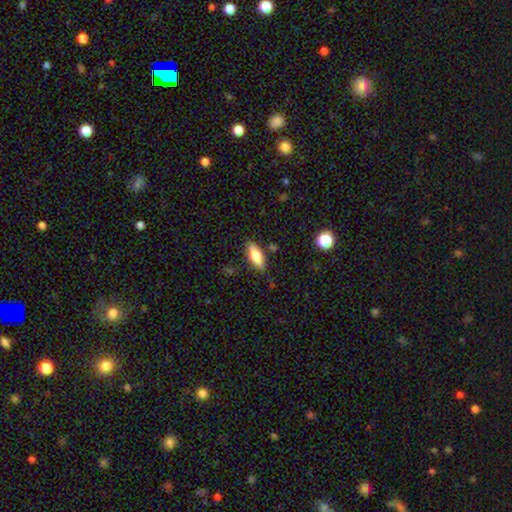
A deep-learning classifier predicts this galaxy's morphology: Smooth or featured? Predicted: smooth (p=0.68). How rounded? Predicted: in between (p=0.69). Merging? Predicted: none (p=0.81).